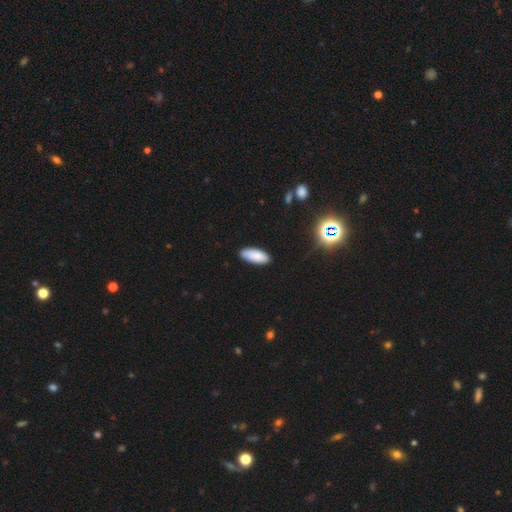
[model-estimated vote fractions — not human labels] The model was most divided on "how rounded": in between: 81%, cigar-shaped: 17%, round: 2%. More confident: smooth or featured — smooth (86%); merging — none (84%).